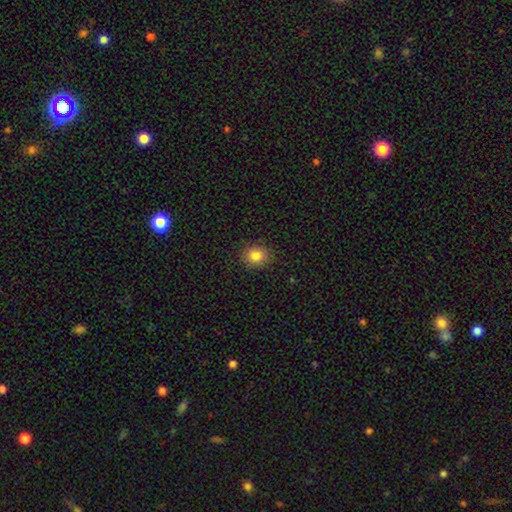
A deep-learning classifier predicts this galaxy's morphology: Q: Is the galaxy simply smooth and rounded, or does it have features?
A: smooth — 83%.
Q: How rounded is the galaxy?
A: round — 71%.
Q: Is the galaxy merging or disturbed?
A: none — 88%.